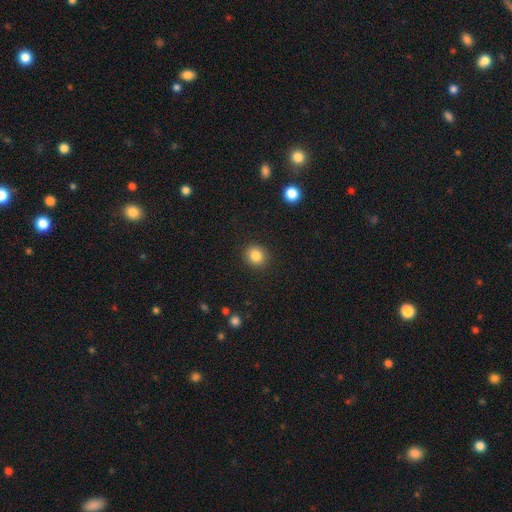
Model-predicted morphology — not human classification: Overall: smooth (84%). How rounded: round (84%). Merging: none (91%).